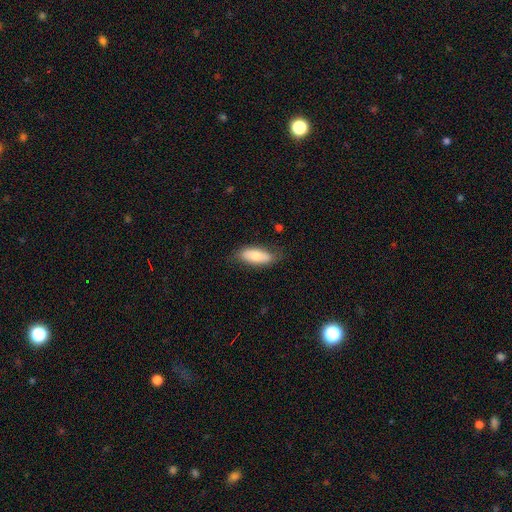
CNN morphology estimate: Smooth or featured?
  - smooth: 78% *
  - featured or disk: 16%
  - star or artifact: 6%
How rounded?
  - in between: 75% *
  - cigar-shaped: 23%
  - round: 2%
Merging?
  - none: 73% *
  - minor disturbance: 20%
  - major disturbance: 5%
  - merger: 1%